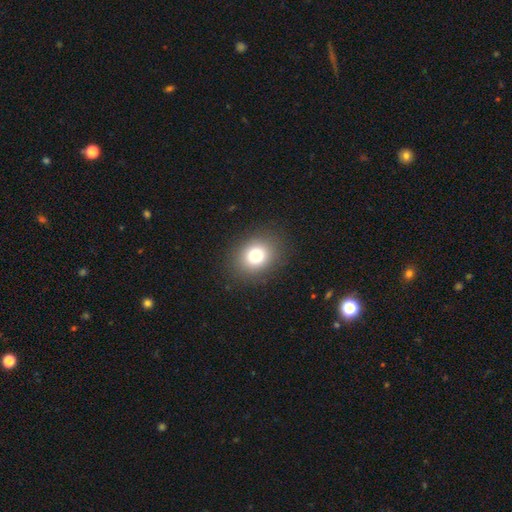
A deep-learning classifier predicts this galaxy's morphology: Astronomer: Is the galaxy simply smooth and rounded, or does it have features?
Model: smooth — 77%.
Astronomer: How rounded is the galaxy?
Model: round — 58% (runner-up: in between, 41%).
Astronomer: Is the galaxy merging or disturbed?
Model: none — 88%.